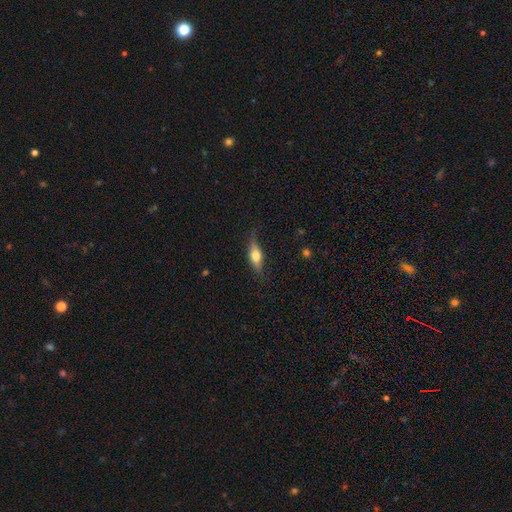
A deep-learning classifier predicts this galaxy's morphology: Smooth or featured? Predicted: smooth (p=0.54). How rounded? Predicted: in between (p=0.54). Merging? Predicted: none (p=0.75).